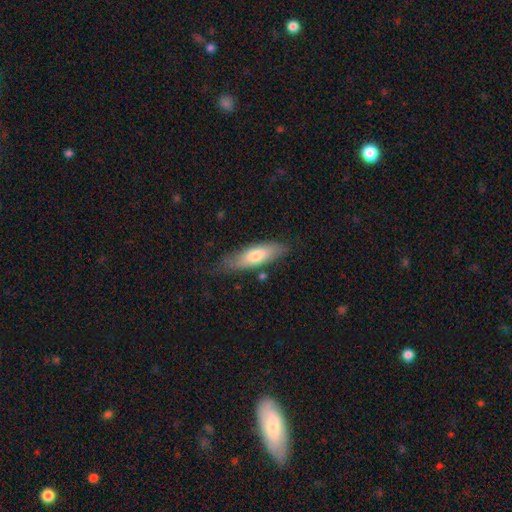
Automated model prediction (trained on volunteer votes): The model was most divided on "how rounded": in between: 54%, cigar-shaped: 44%, round: 2%. More confident: merging — none (70%); smooth or featured — smooth (69%).